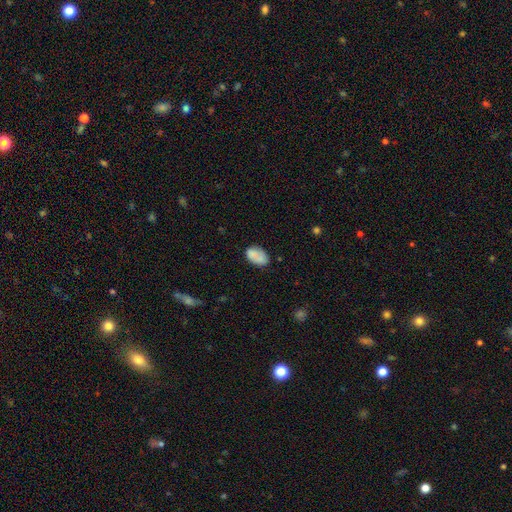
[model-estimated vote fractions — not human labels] Smooth or featured? smooth (81%)
How rounded? in between (90%)
Merging? none (67%)